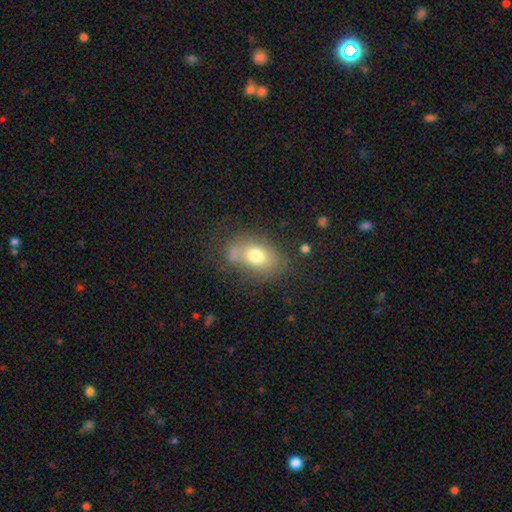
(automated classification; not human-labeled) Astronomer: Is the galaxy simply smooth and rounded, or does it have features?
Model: smooth — 73%.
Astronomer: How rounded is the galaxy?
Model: in between — 78%.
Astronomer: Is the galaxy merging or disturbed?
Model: none — 56%.